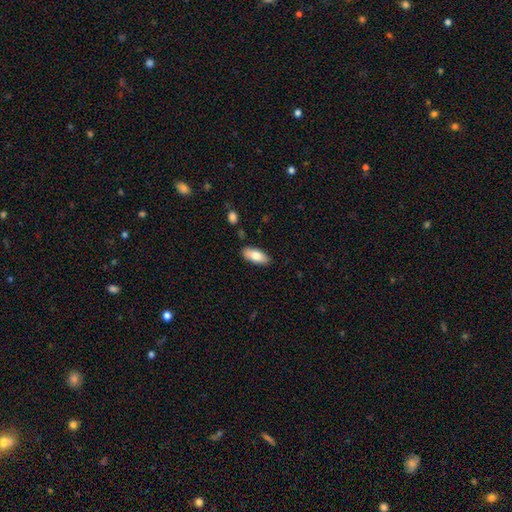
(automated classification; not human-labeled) smooth-or-featured: smooth: 80% | featured or disk: 13% | star or artifact: 6%
  how-rounded: in between: 85% | cigar-shaped: 13% | round: 2%
  merging: none: 85% | minor disturbance: 11% | major disturbance: 2% | merger: 2%